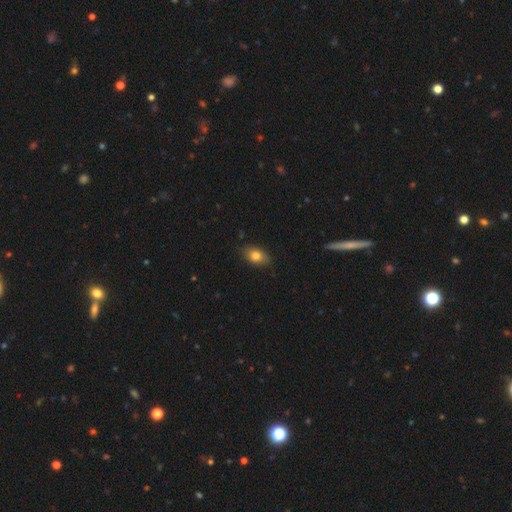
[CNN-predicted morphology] smooth_or_featured: smooth (p=0.81) [alt: featured or disk p=0.10]
how_rounded: in between (p=0.84) [alt: round p=0.13]
merging: none (p=0.82) [alt: minor disturbance p=0.14]